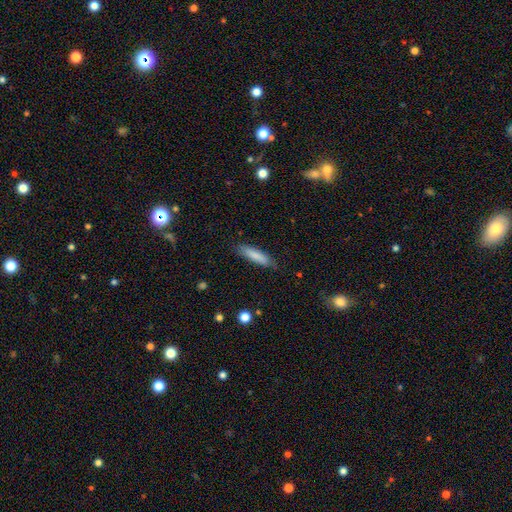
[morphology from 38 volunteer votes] smooth-or-featured: smooth: 82% | featured or disk: 18% | star or artifact: 0%
  how-rounded: cigar-shaped: 77% | in between: 23% | round: 0%
  merging: none: 74% | minor disturbance: 24% | major disturbance: 3% | merger: 0%